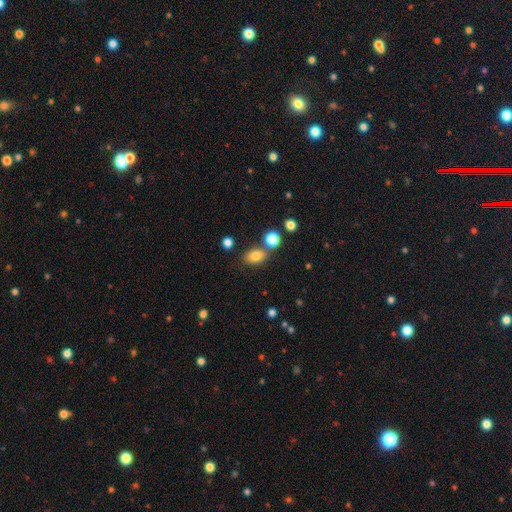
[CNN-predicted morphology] Smooth or featured? smooth (81%)
How rounded? in between (78%)
Merging? none (71%)